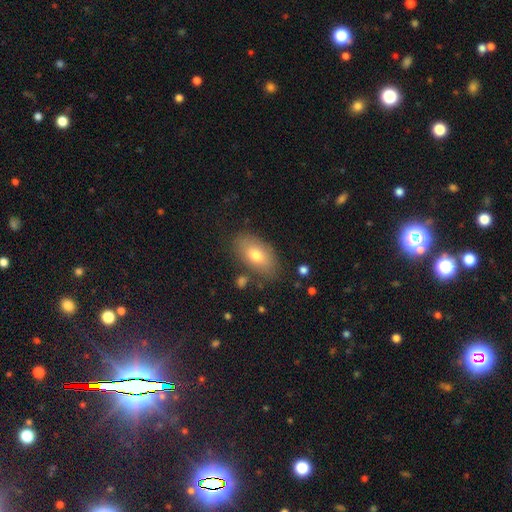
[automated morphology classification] A smooth galaxy with no disk features (73%) that is in between round and cigar-shaped (92%).

Vote fractions:
- Smooth or featured? smooth: 73% / featured or disk: 20% / star or artifact: 7%
- How rounded? in between: 92% / round: 5% / cigar-shaped: 3%
- Merging? none: 78% / minor disturbance: 15% / major disturbance: 4% / merger: 3%